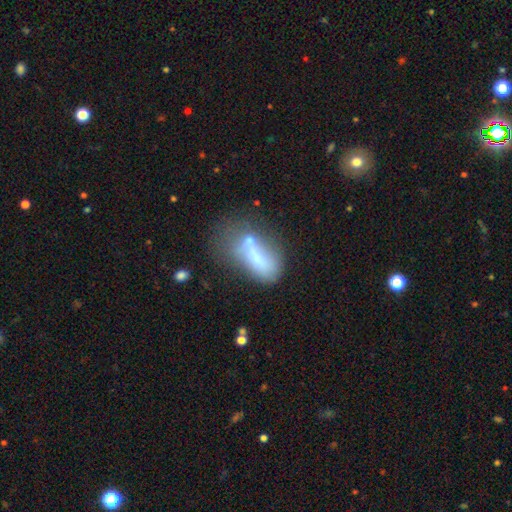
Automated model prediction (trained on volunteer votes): A smooth galaxy with no disk features (58%) that is in between round and cigar-shaped (70%). Merging: major disturbance (29%).